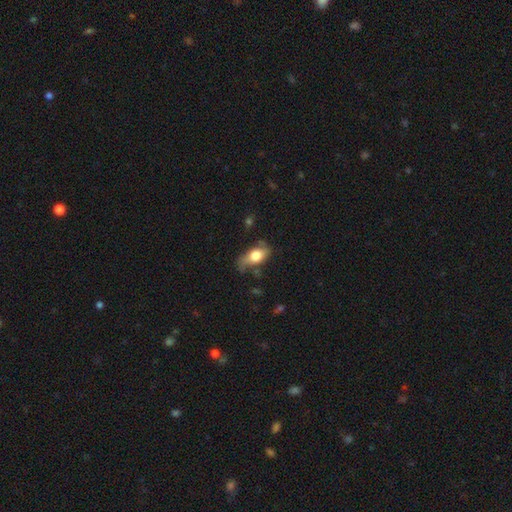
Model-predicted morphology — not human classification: Smooth or featured?
  - smooth: 62% *
  - featured or disk: 31%
  - star or artifact: 7%
How rounded?
  - in between: 84% *
  - round: 9%
  - cigar-shaped: 7%
Merging?
  - none: 52% *
  - minor disturbance: 31%
  - major disturbance: 13%
  - merger: 3%